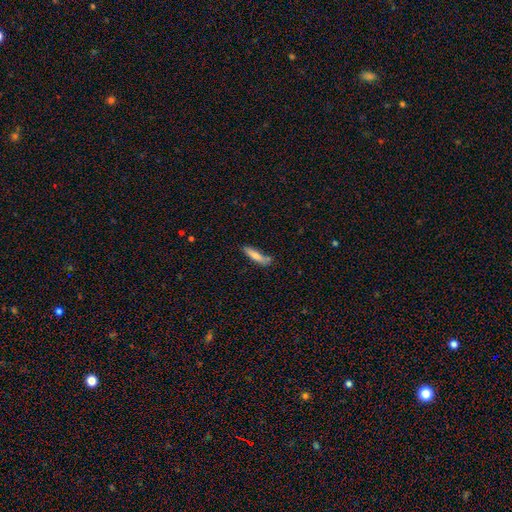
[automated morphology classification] smooth 77%, featured or disk 16%, star or artifact 7%. Down the decision tree: how rounded — cigar-shaped (79%); merging — none (68%).